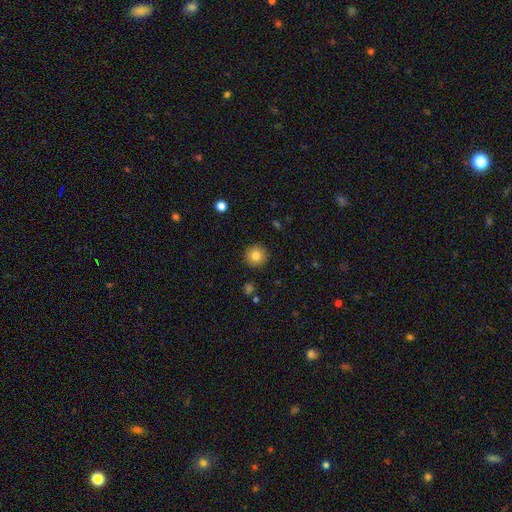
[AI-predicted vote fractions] This is clearly a smooth galaxy (83%). How rounded: clearly round (94%). Merging: clearly none (92%).